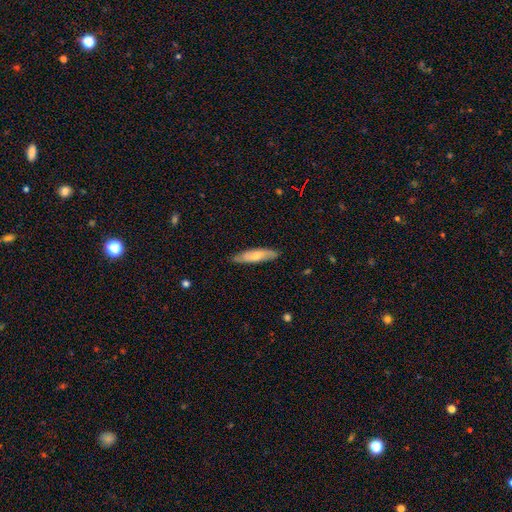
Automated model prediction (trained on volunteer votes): Smooth or featured? smooth (63%)
How rounded? cigar-shaped (74%)
Merging? none (82%)